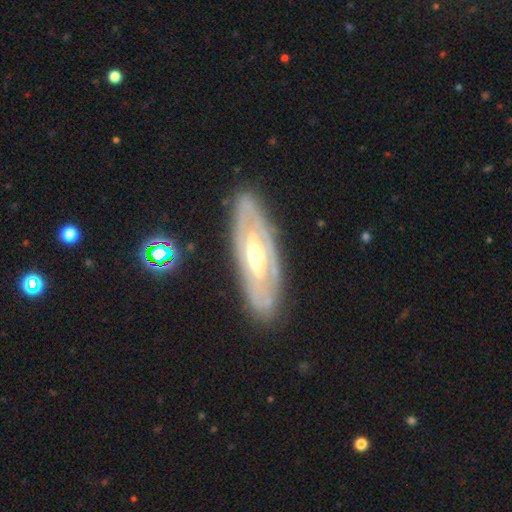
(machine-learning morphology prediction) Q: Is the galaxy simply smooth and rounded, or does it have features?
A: featured or disk — 80%.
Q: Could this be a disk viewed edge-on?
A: no — 80%.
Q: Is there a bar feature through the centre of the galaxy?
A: no — 45%.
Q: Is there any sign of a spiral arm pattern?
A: yes — 56%.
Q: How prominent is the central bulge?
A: moderate — 68%.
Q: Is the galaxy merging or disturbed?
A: none — 84%.